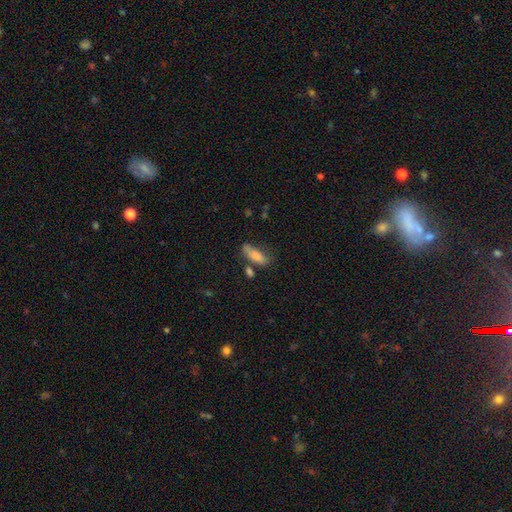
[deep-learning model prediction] smooth 82%, featured or disk 11%, star or artifact 8%. Down the decision tree: how rounded — in between (71%); merging — none (51%).